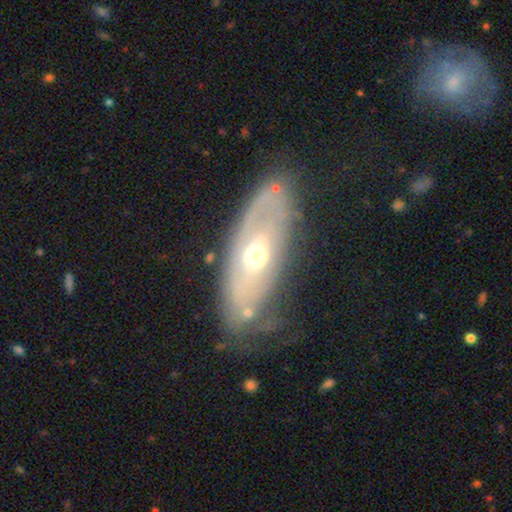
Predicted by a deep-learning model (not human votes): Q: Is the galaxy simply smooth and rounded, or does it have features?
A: featured or disk — 67%.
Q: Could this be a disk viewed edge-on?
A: no — 78%.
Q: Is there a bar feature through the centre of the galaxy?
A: no — 78%.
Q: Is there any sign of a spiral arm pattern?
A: no — 58%.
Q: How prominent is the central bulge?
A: moderate — 74%.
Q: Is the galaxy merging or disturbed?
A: none — 69%.